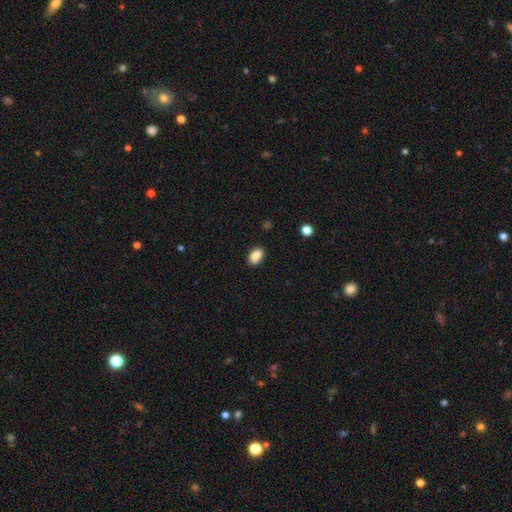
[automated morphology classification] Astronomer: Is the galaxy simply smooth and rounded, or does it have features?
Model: smooth — 86%.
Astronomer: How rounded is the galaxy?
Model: in between — 86%.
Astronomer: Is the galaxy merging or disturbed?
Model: none — 82%.